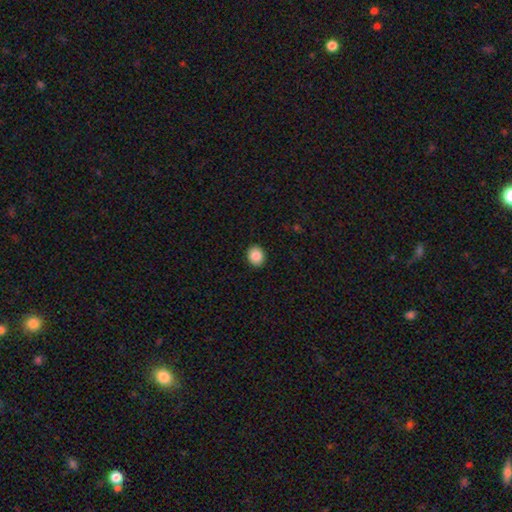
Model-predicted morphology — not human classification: A smooth galaxy with no disk features (87%) that is round (71%).

Vote fractions:
- Smooth or featured? smooth: 87% / star or artifact: 9% / featured or disk: 4%
- How rounded? round: 71% / in between: 28% / cigar-shaped: 1%
- Merging? none: 92% / minor disturbance: 5% / major disturbance: 2% / merger: 1%